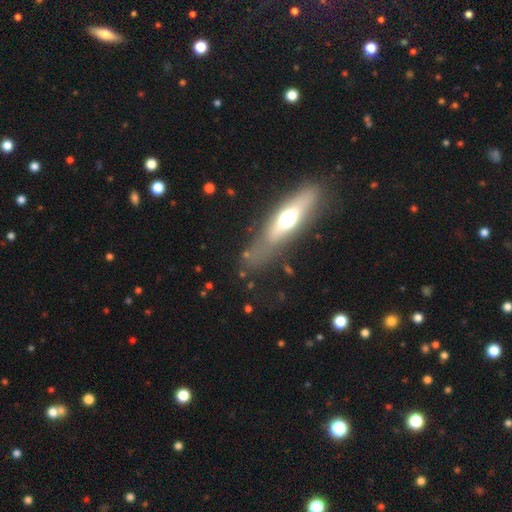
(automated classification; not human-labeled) The model was most divided on "smooth or featured": featured or disk: 51%, smooth: 41%, star or artifact: 8%. More confident: merging — none (74%); edge-on disk — yes (73%).